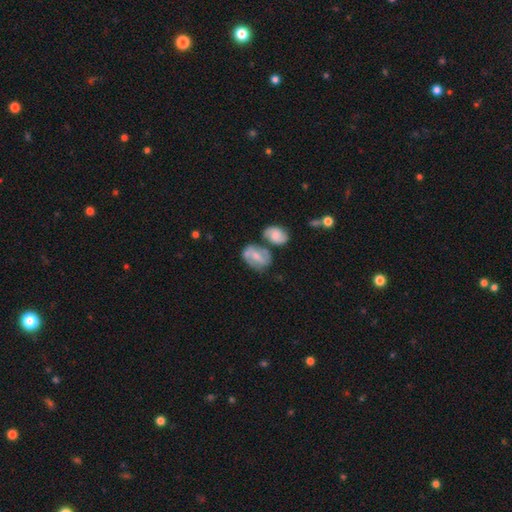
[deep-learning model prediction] Smooth or featured: featured or disk — 52% (smooth — 40%)
Edge-on disk: no — 96% (yes — 4%)
Merging: none — 43% (merger — 30%)